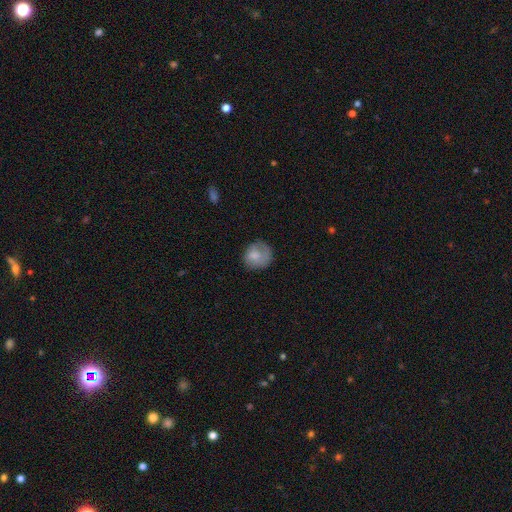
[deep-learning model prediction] Q: Smooth or featured?
A: smooth (73%); runner-up: featured or disk (20%)
Q: How rounded?
A: round (76%); runner-up: in between (23%)
Q: Merging?
A: none (60%); runner-up: minor disturbance (24%)